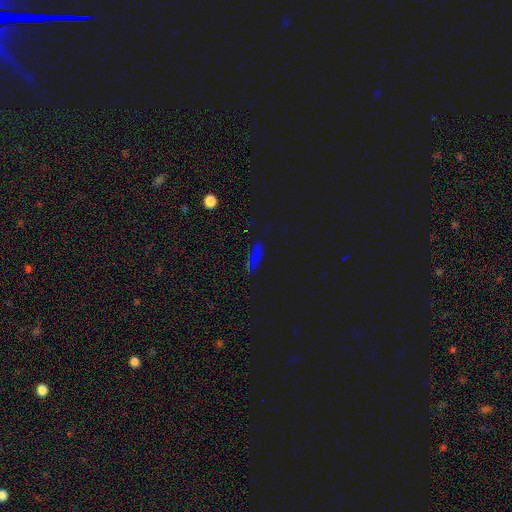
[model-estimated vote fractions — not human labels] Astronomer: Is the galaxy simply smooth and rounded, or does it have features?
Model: smooth — 55% (runner-up: star or artifact, 35%).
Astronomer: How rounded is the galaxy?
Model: in between — 54% (runner-up: cigar-shaped, 36%).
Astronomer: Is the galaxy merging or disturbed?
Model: none — 78%.